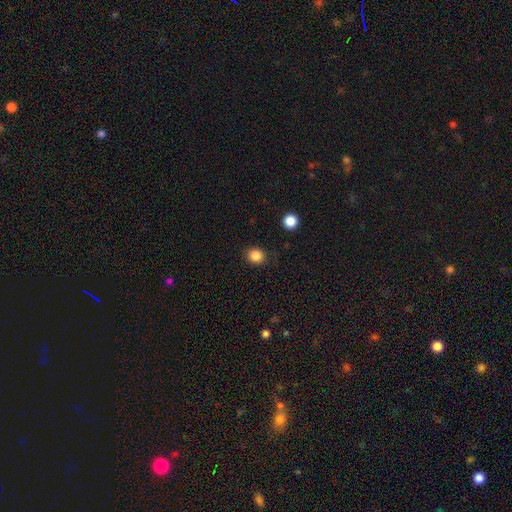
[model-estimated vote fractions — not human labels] This is clearly a smooth galaxy (86%). How rounded: likely round (78%). Merging: clearly none (87%).